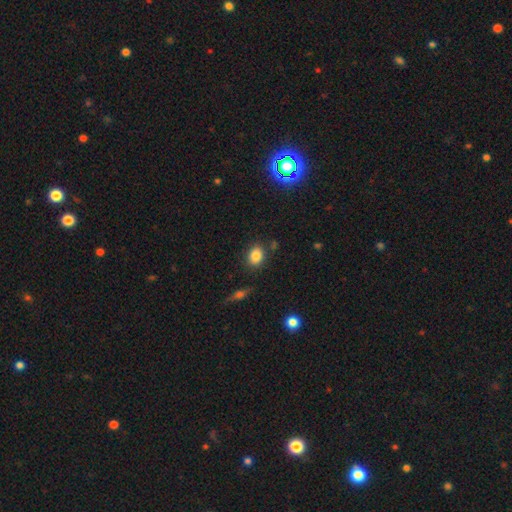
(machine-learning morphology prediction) A smooth galaxy with no disk features (84%) that is in between round and cigar-shaped (60%). Merging: none (81%).